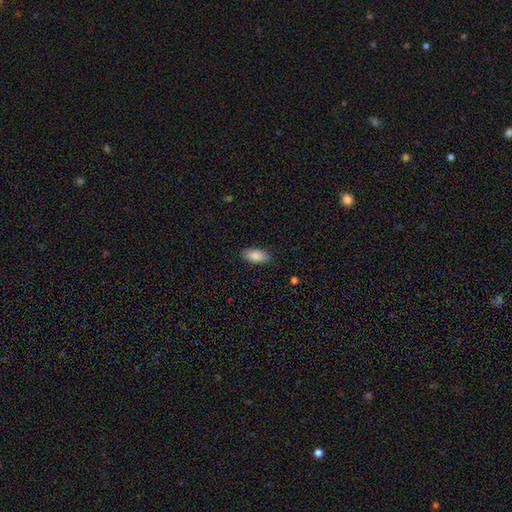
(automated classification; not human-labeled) The model was most divided on "merging": none: 87%, minor disturbance: 10%, major disturbance: 2%, merger: 1%. More confident: how rounded — in between (91%); smooth or featured — smooth (87%).